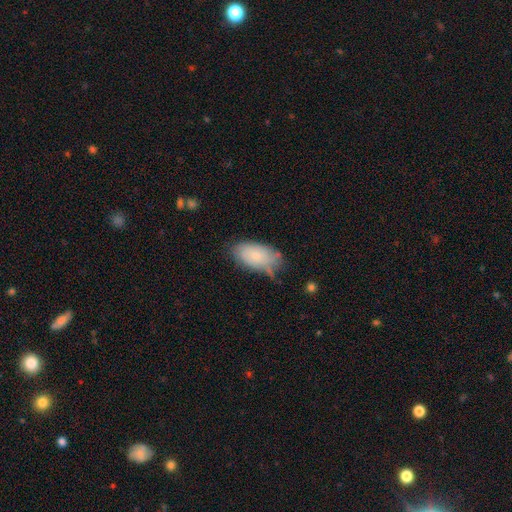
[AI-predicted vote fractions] A smooth galaxy with no disk features (75%) that is in between round and cigar-shaped (94%). Merging: none (59%).